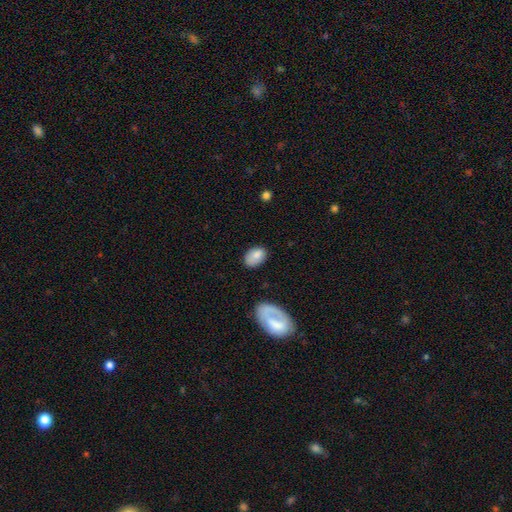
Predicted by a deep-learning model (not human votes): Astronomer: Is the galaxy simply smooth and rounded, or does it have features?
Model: smooth — 82%.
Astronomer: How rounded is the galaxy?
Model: in between — 88%.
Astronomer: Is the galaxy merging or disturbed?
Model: none — 72%.